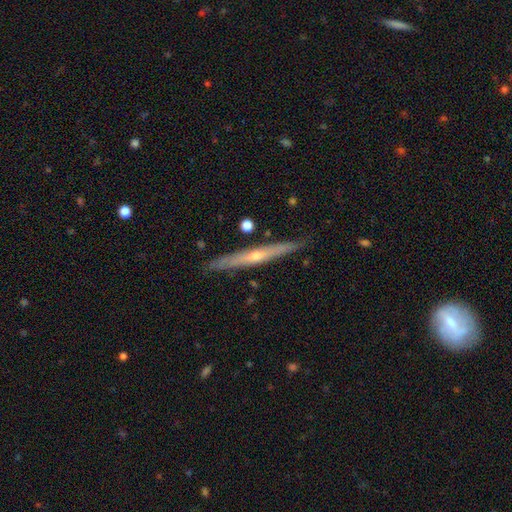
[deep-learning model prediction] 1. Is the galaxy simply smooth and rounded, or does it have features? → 71% featured or disk, 23% smooth, 6% star or artifact.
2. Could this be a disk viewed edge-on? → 96% yes, 4% no.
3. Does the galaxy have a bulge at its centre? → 70% rounded, 27% none, 3% boxy.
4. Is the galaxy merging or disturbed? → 88% none, 9% minor disturbance, 2% merger, 1% major disturbance.